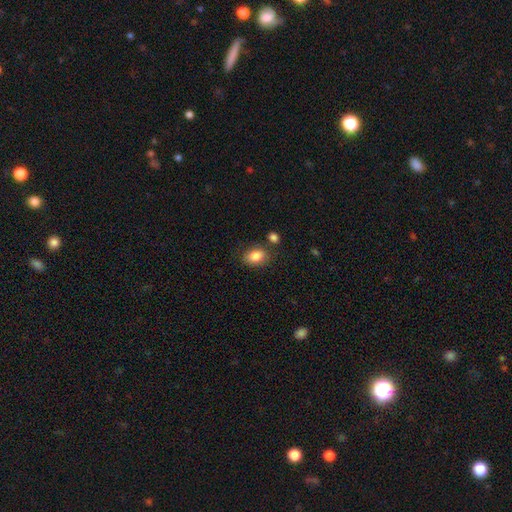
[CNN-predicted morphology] smooth-or-featured: smooth: 86% | star or artifact: 8% | featured or disk: 6%
  how-rounded: in between: 79% | round: 20% | cigar-shaped: 1%
  merging: none: 77% | minor disturbance: 13% | merger: 7% | major disturbance: 3%